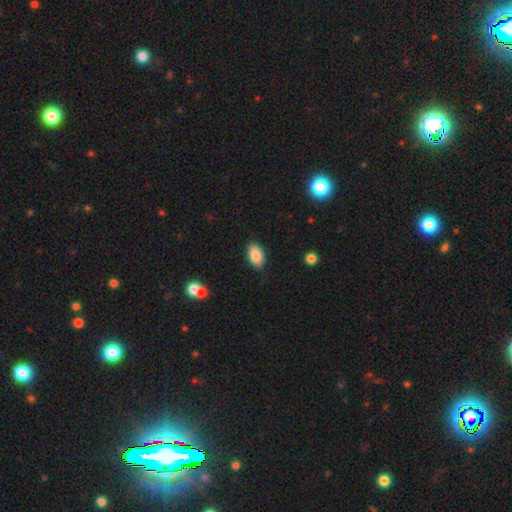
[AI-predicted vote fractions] smooth_or_featured: smooth (p=0.87) [alt: star or artifact p=0.07]
how_rounded: in between (p=0.93) [alt: round p=0.04]
merging: none (p=0.83) [alt: minor disturbance p=0.13]